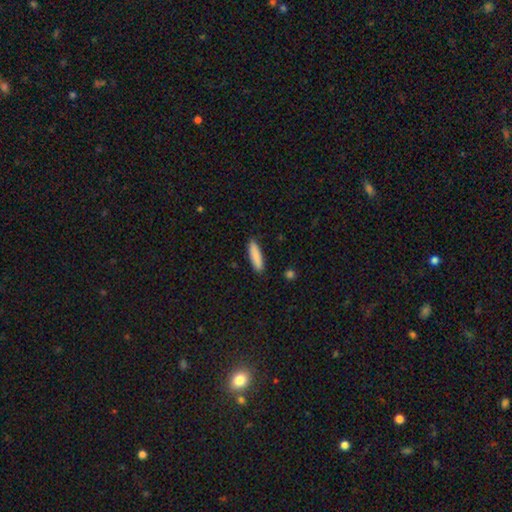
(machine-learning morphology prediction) Overall: smooth (86%). How rounded: cigar-shaped (73%). Merging: none (89%).